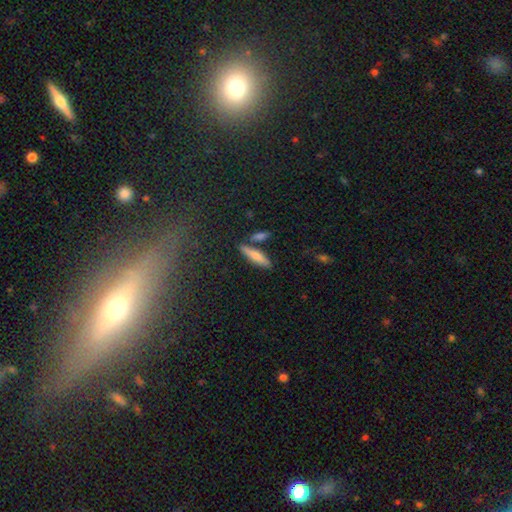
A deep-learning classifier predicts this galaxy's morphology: Smooth or featured? Predicted: smooth (p=0.74). How rounded? Predicted: cigar-shaped (p=0.77). Merging? Predicted: none (p=0.75).